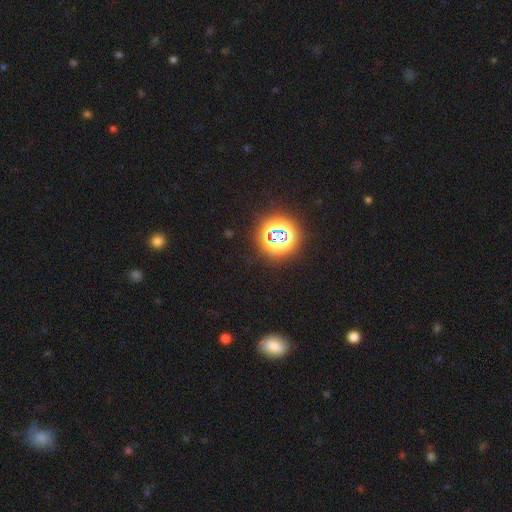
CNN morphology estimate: Smooth or featured? Predicted: star or artifact (p=0.76).